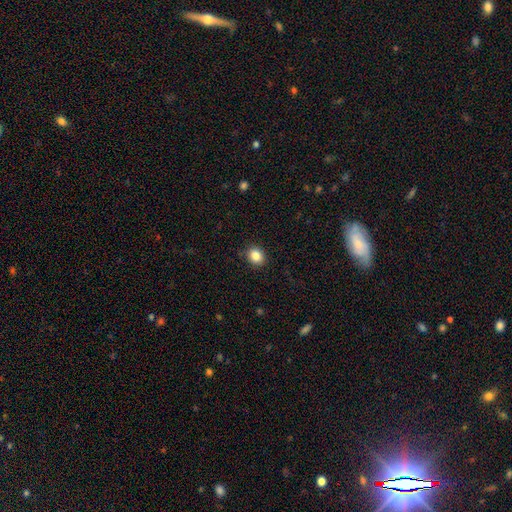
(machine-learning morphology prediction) Smooth or featured?
  - smooth: 85% *
  - star or artifact: 10%
  - featured or disk: 5%
How rounded?
  - round: 70% *
  - in between: 30%
  - cigar-shaped: 1%
Merging?
  - none: 89% *
  - minor disturbance: 8%
  - major disturbance: 2%
  - merger: 1%